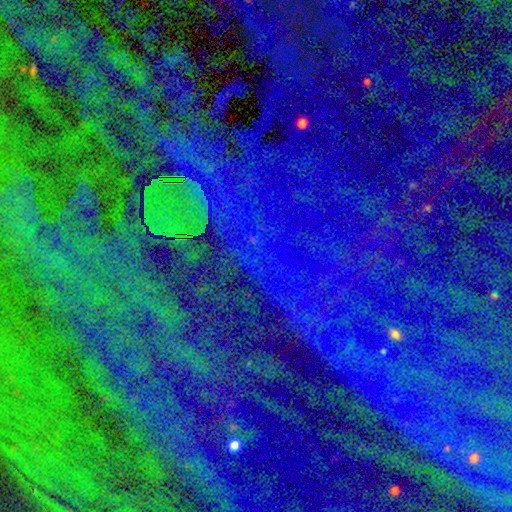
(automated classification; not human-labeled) smooth_or_featured: star or artifact (p=0.86) [alt: smooth p=0.08]